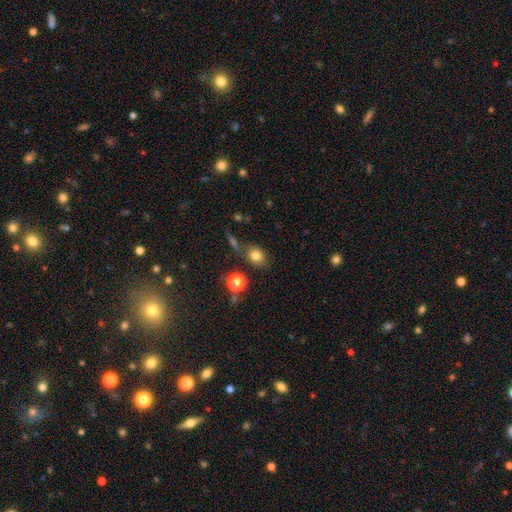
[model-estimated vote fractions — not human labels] Overall: smooth (79%). How rounded: in between (50%; round 49%). Merging: none (73%).